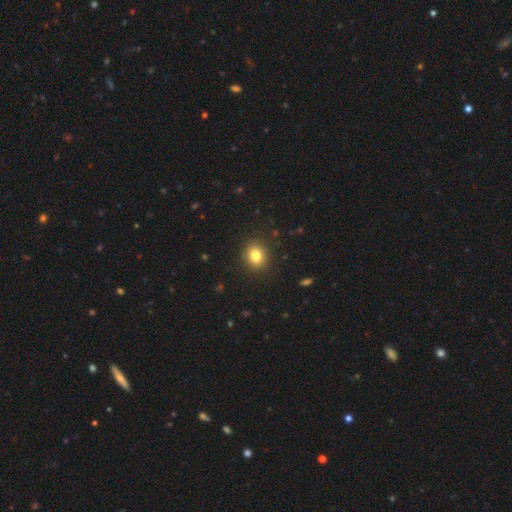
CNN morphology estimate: smooth_or_featured: smooth (p=0.82) [alt: star or artifact p=0.11]
how_rounded: round (p=0.70) [alt: in between p=0.29]
merging: none (p=0.89) [alt: minor disturbance p=0.07]